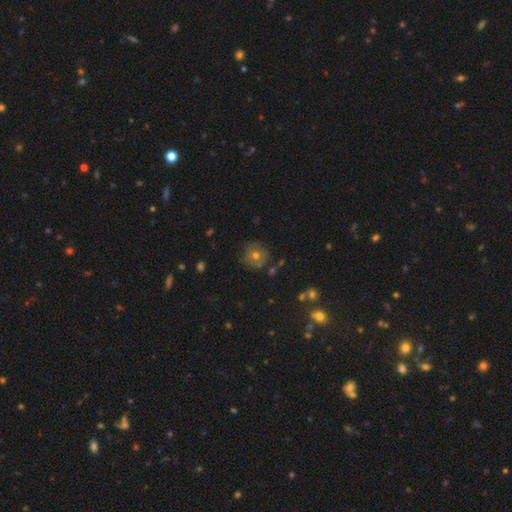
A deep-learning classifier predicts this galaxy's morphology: Q: Smooth or featured?
A: smooth (53%); runner-up: featured or disk (28%)
Q: How rounded?
A: round (90%); runner-up: in between (9%)
Q: Merging?
A: none (74%); runner-up: minor disturbance (17%)